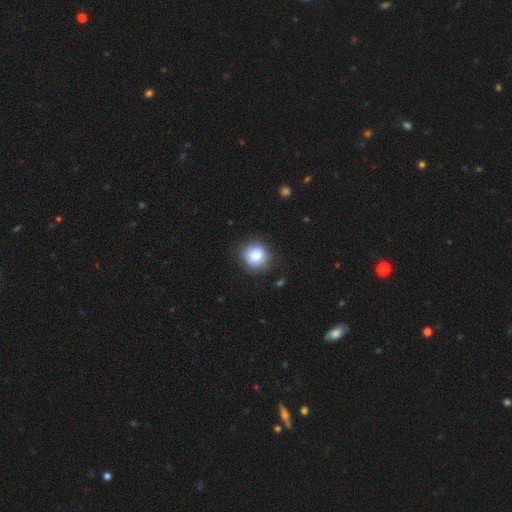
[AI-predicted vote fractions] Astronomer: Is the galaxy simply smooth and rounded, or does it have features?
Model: smooth — 83%.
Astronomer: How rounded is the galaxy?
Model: round — 86%.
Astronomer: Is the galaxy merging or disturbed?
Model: none — 85%.